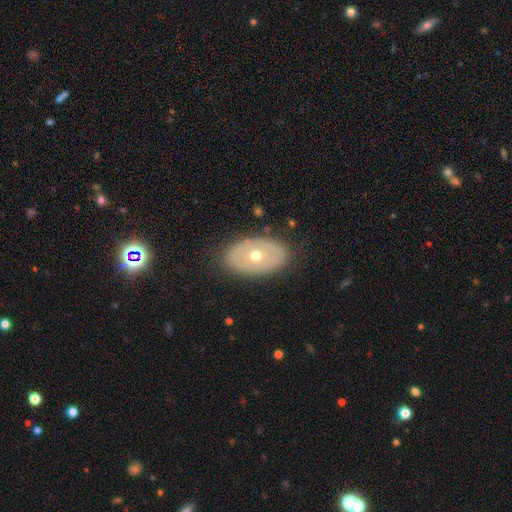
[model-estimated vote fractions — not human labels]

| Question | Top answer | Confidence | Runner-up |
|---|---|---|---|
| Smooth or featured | featured or disk | 51% | smooth (43%) |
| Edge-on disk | no | 88% | yes (12%) |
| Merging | none | 84% | minor disturbance (12%) |